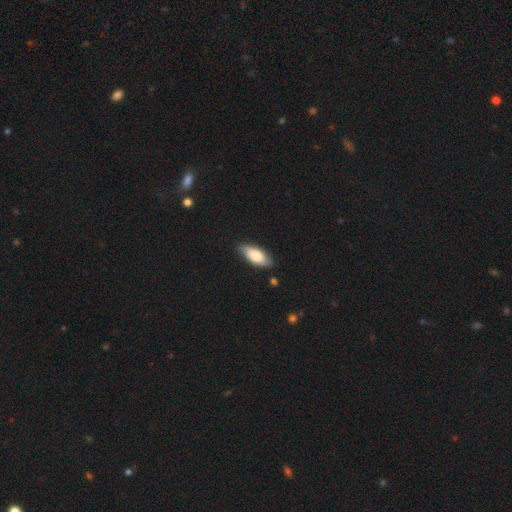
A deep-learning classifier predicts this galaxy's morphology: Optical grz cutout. It shows a smooth galaxy with no disk features (75%) that is in between round and cigar-shaped (81%). Merging: none (81%).